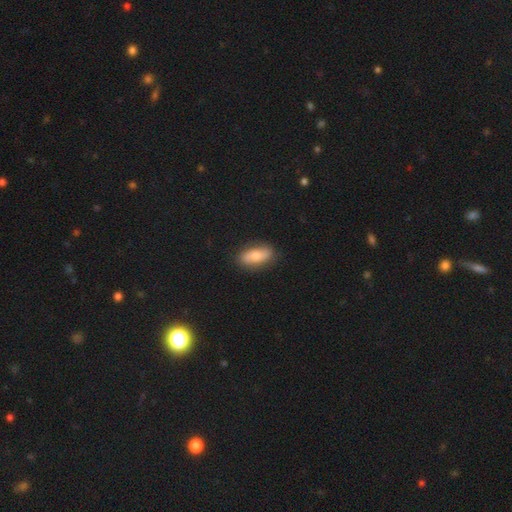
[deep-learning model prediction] Smooth or featured? Predicted: smooth (p=0.63). How rounded? Predicted: in between (p=0.81). Merging? Predicted: none (p=0.84).